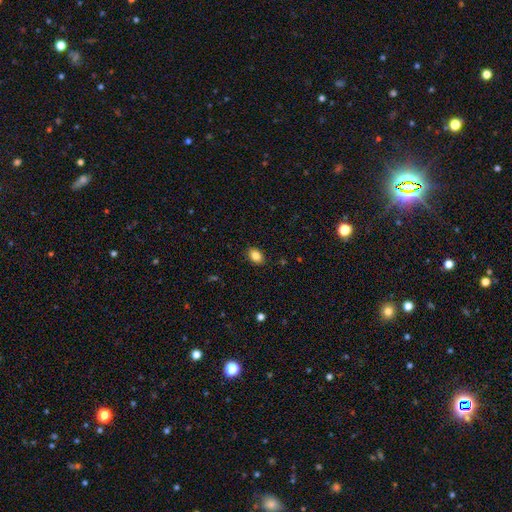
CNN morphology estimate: Smooth or featured: smooth — 85% (star or artifact — 9%)
How rounded: in between — 79% (round — 20%)
Merging: none — 88% (minor disturbance — 9%)